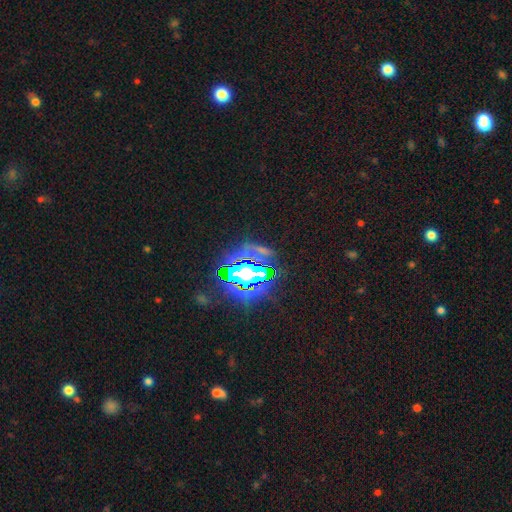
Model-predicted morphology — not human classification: Smooth or featured? Predicted: star or artifact (p=0.84).